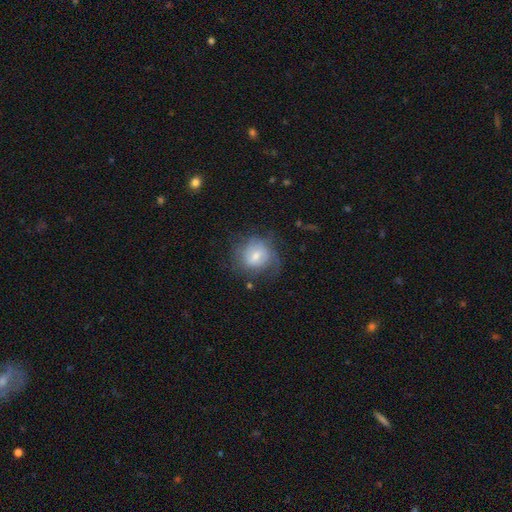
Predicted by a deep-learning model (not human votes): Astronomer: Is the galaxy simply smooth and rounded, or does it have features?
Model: smooth — 53% (runner-up: featured or disk, 38%).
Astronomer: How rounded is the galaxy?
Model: round — 78%.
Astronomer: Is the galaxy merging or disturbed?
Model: none — 55%.